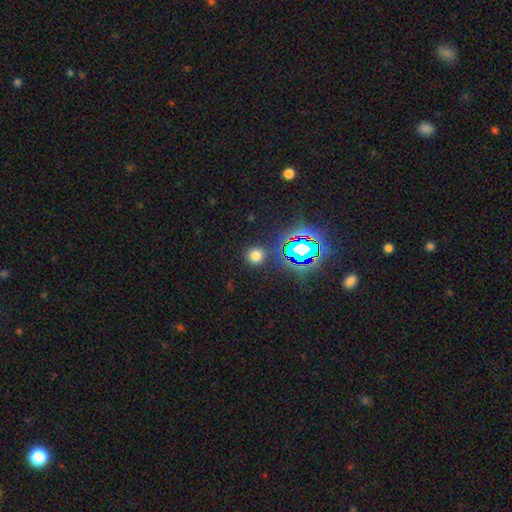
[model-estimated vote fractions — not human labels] Overall: smooth (67%; star or artifact 27%). How rounded: round (91%). Merging: none (86%).